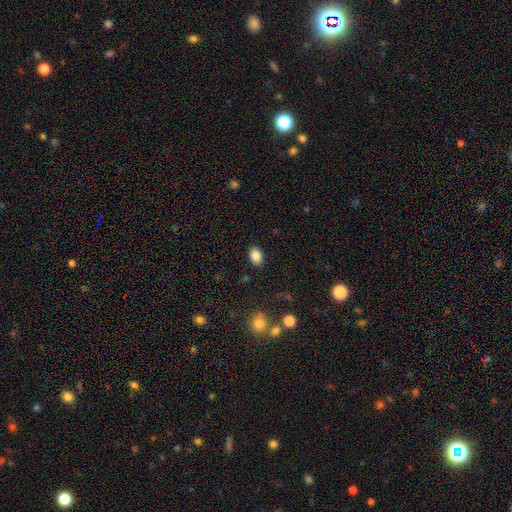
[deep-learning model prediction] smooth_or_featured: smooth (p=0.86) [alt: star or artifact p=0.09]
how_rounded: in between (p=0.84) [alt: round p=0.15]
merging: none (p=0.87) [alt: minor disturbance p=0.09]